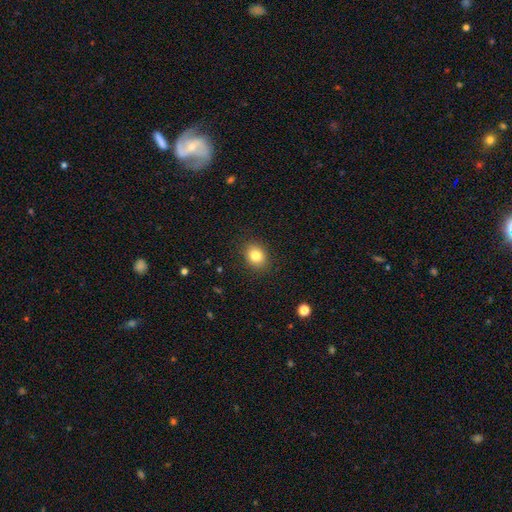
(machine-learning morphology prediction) Overall: smooth (82%). How rounded: round (58%; in between 41%). Merging: none (88%).